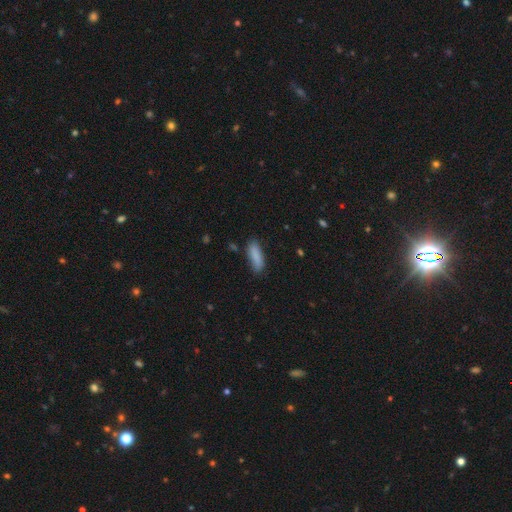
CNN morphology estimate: This appears to be a smooth galaxy with no disk features (87%) that is in between round and cigar-shaped (54%). Merging: none (76%).